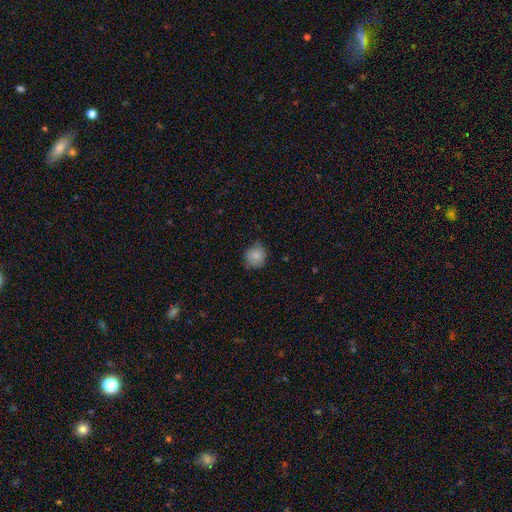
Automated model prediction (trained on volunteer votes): Smooth or featured? smooth (85%)
How rounded? round (88%)
Merging? none (78%)